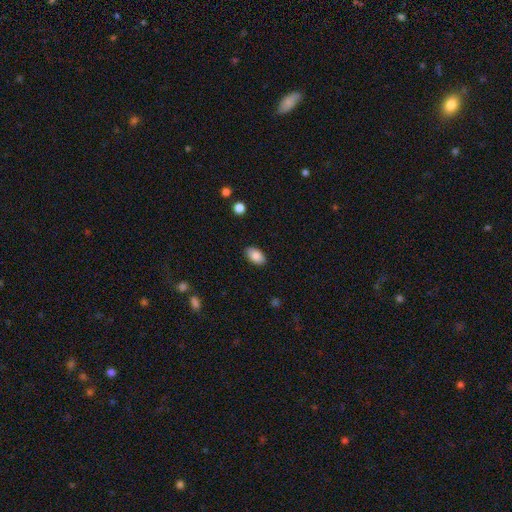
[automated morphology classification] A smooth galaxy with no disk features (87%) that is in between round and cigar-shaped (93%). Merging: none (87%).